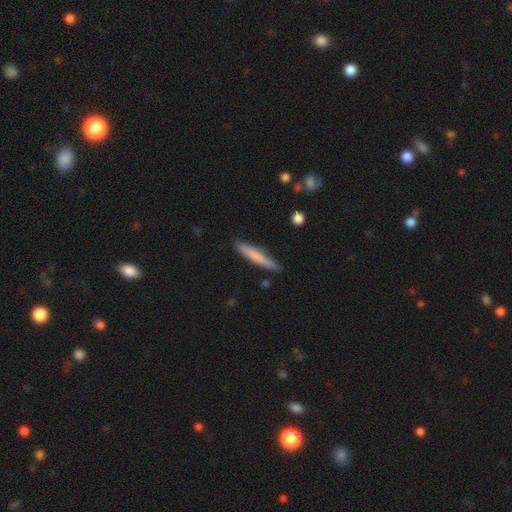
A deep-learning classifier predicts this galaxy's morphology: The model was most divided on "smooth or featured": smooth: 71%, featured or disk: 23%, star or artifact: 6%. More confident: how rounded — cigar-shaped (94%); merging — none (86%).